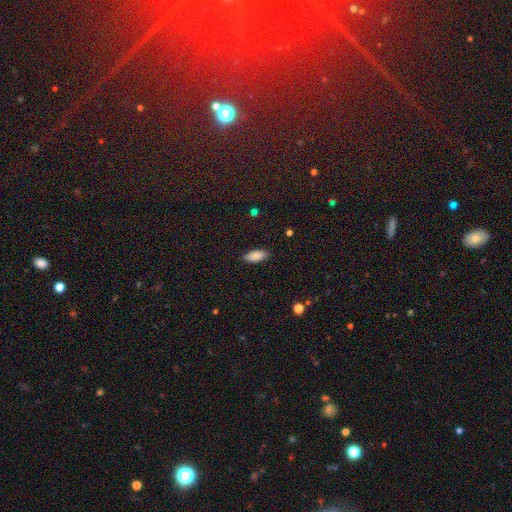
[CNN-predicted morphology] Overall: smooth (85%). How rounded: in between (84%). Merging: none (88%).